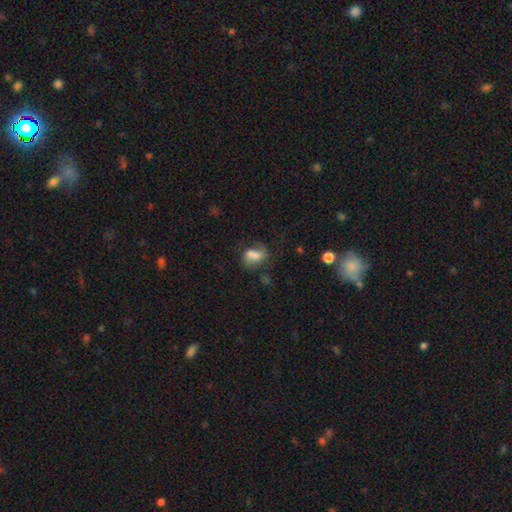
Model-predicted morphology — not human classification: Smooth or featured? smooth (60%)
How rounded? in between (72%)
Merging? none (42%)